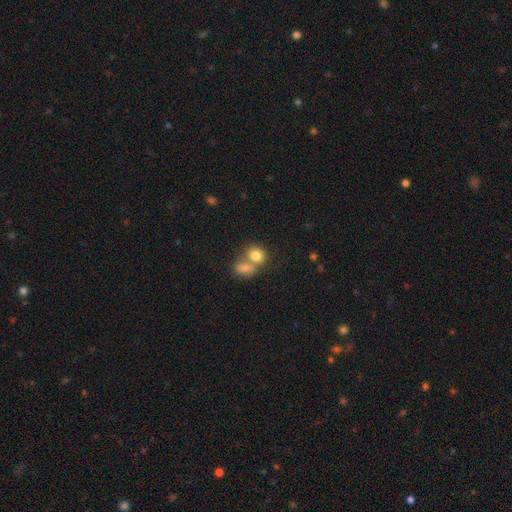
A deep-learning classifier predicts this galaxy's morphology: This is likely a smooth galaxy (79%). How rounded: likely round (61%). Merging: possibly merger (58%).